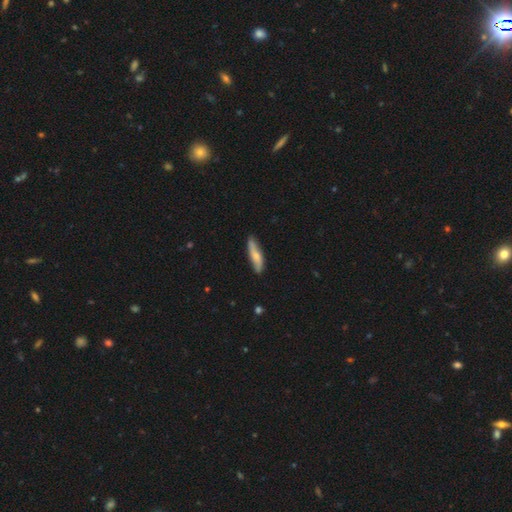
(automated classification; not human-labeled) The model was most divided on "smooth or featured": smooth: 60%, featured or disk: 34%, star or artifact: 5%. More confident: merging — none (81%); how rounded — cigar-shaped (72%).